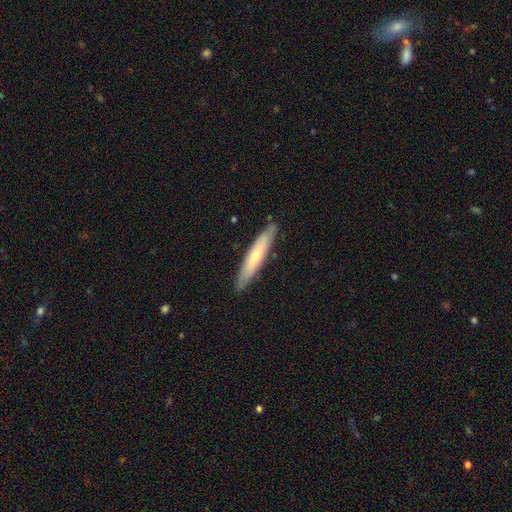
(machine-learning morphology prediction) The model was most divided on "smooth or featured": smooth: 53%, featured or disk: 42%, star or artifact: 5%. More confident: how rounded — cigar-shaped (88%); merging — none (87%).